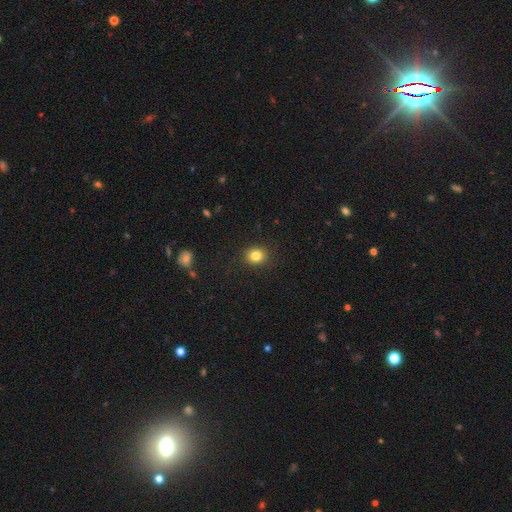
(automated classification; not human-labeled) Smooth or featured? smooth (83%)
How rounded? round (77%)
Merging? none (90%)